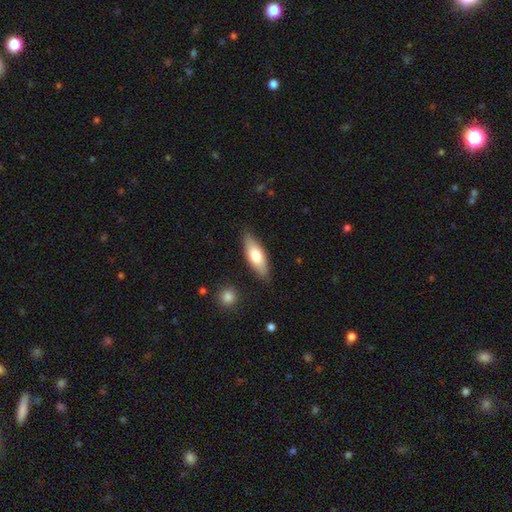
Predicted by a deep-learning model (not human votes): The model was most divided on "how rounded": in between: 65%, cigar-shaped: 32%, round: 2%. More confident: merging — none (83%); smooth or featured — smooth (69%).